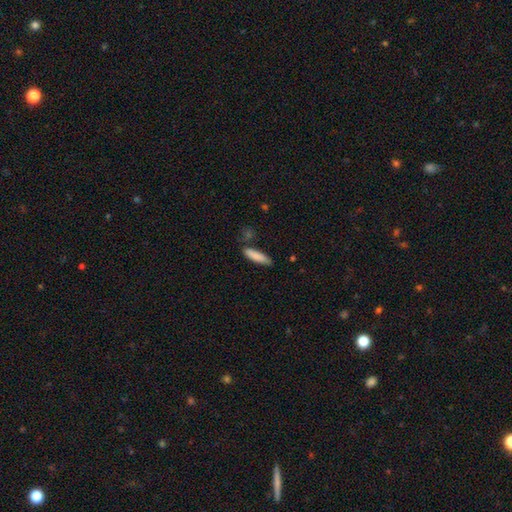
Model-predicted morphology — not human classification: The model was most divided on "how rounded": cigar-shaped: 74%, in between: 25%, round: 1%. More confident: smooth or featured — smooth (85%); merging — none (75%).